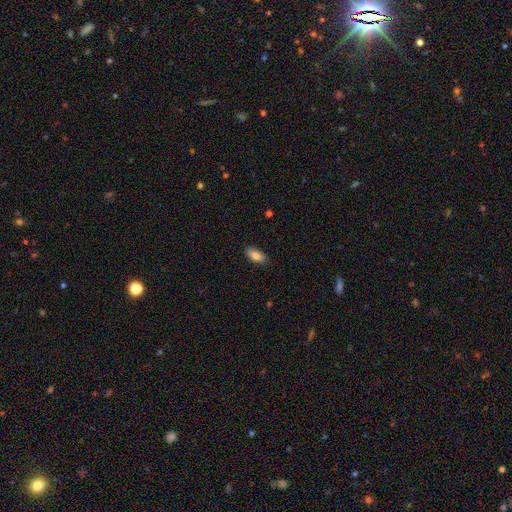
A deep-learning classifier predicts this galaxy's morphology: Overall: smooth (85%). How rounded: in between (90%). Merging: none (86%).